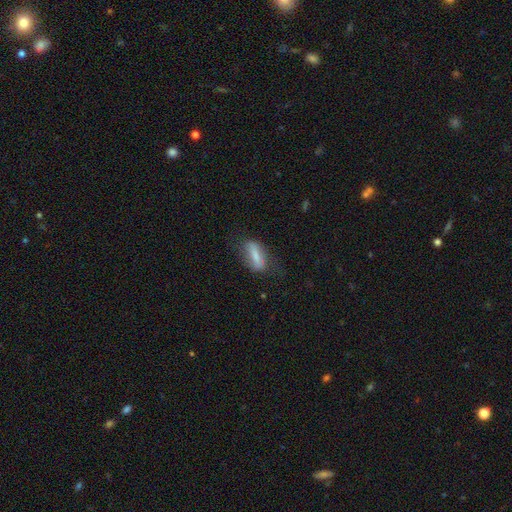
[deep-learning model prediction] Smooth or featured? smooth (61%)
How rounded? in between (61%)
Merging? none (62%)